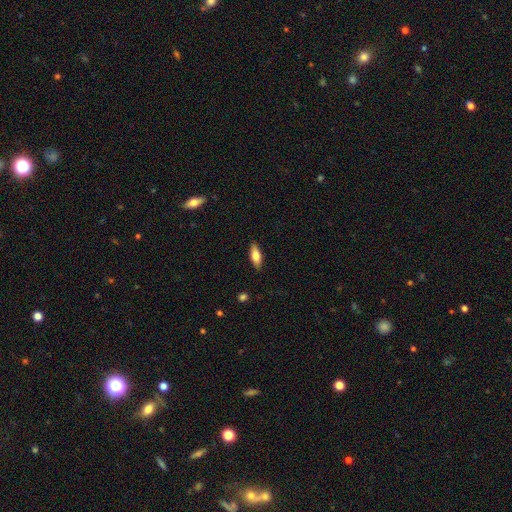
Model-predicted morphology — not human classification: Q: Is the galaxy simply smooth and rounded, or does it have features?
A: smooth — 75%.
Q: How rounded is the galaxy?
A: in between — 71%.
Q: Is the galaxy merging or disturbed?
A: none — 87%.